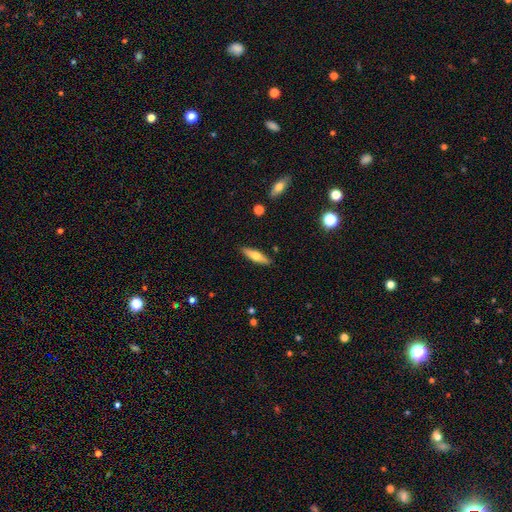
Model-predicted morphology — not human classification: The model was most divided on "smooth or featured": smooth: 56%, featured or disk: 37%, star or artifact: 6%. More confident: merging — none (89%); how rounded — cigar-shaped (65%).